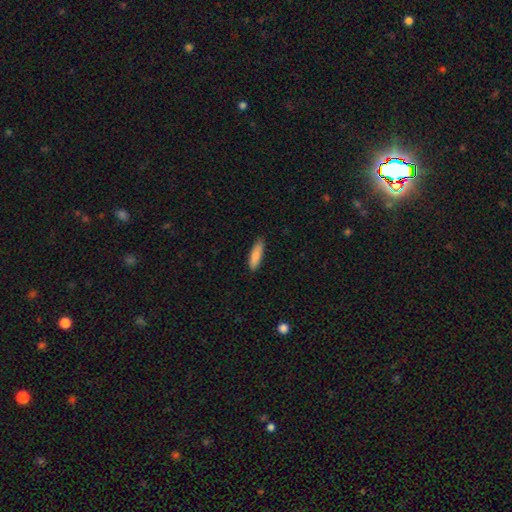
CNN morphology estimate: This appears to be a smooth galaxy with no disk features (86%) that is cigar-shaped (65%). Merging: none (85%).